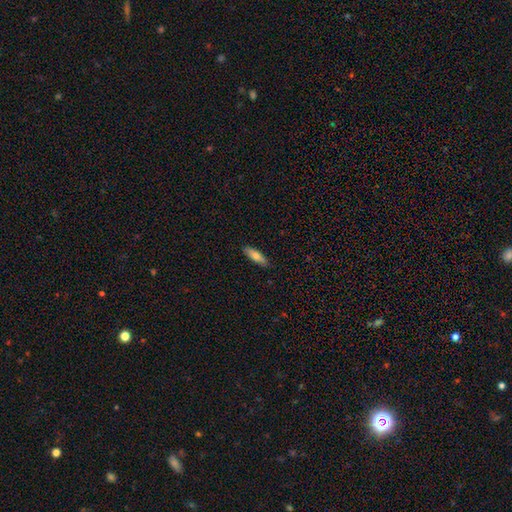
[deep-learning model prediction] Morphology: type=smooth (72%); roundness=in between (49%, tied with cigar-shaped); merging=none (87%).